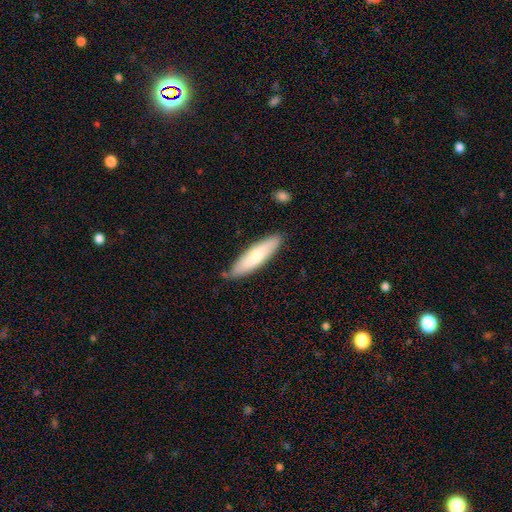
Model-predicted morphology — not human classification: This appears to be a smooth galaxy with no disk features (69%) that is cigar-shaped (69%). Merging: none (81%).